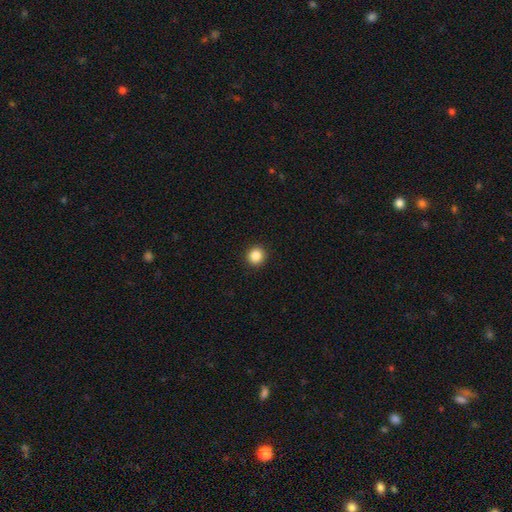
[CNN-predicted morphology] Smooth or featured? Predicted: smooth (p=0.86). How rounded? Predicted: round (p=0.93). Merging? Predicted: none (p=0.93).